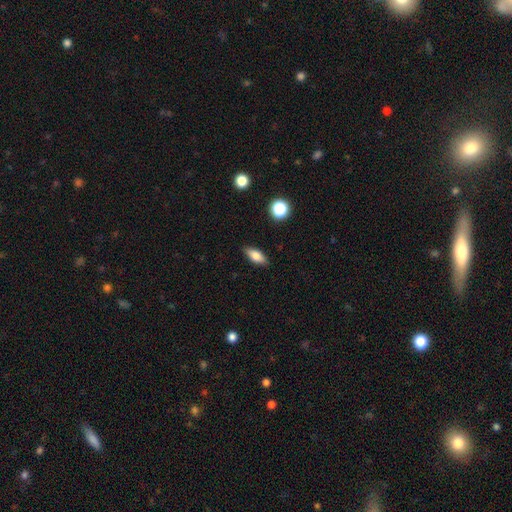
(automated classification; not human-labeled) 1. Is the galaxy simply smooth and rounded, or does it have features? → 77% smooth, 14% featured or disk, 8% star or artifact.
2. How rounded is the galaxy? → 78% in between, 18% cigar-shaped, 4% round.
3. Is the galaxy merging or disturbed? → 87% none, 9% minor disturbance, 2% major disturbance, 1% merger.